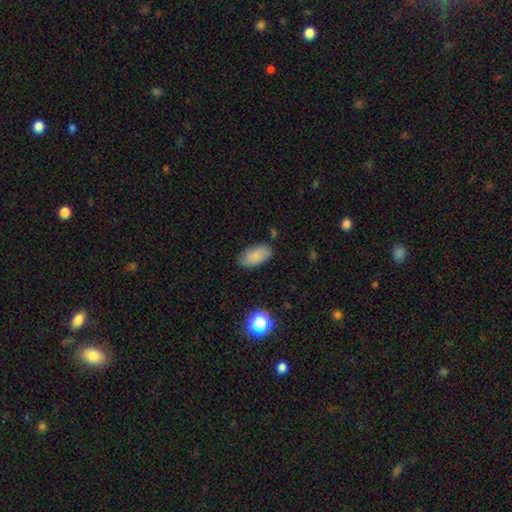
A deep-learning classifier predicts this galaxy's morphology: This appears to be a smooth galaxy with no disk features (84%) that is in between round and cigar-shaped (93%). Merging: none (79%).